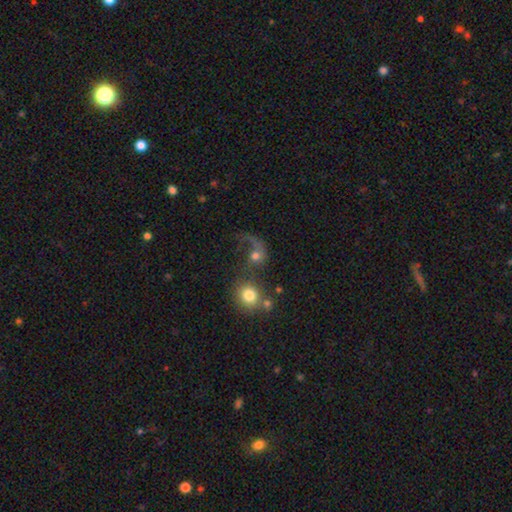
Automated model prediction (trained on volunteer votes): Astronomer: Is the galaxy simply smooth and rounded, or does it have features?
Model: smooth — 53% (runner-up: featured or disk, 34%).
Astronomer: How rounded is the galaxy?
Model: round — 73%.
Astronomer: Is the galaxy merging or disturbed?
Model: merger — 37% (runner-up: major disturbance, 31%).